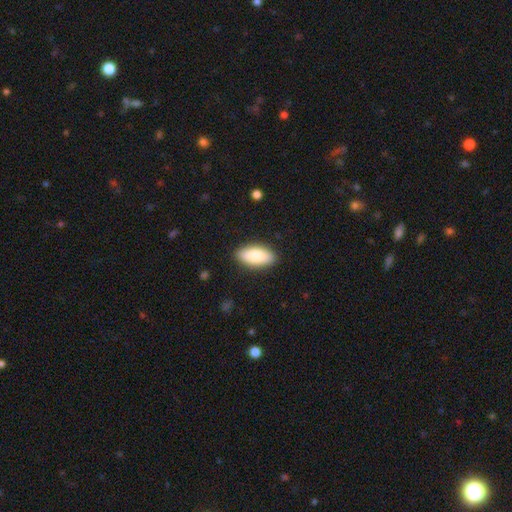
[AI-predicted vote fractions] Smooth or featured? smooth (83%)
How rounded? in between (89%)
Merging? none (88%)